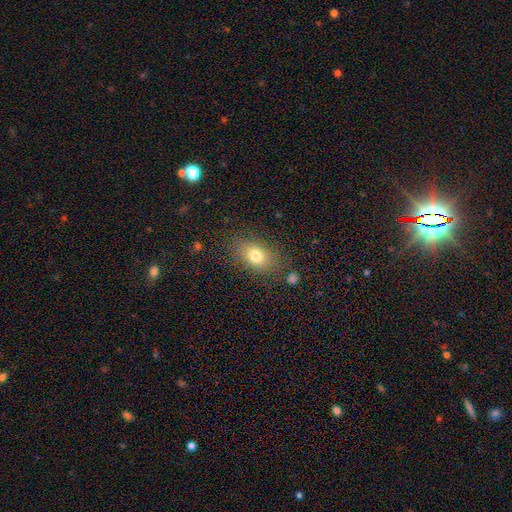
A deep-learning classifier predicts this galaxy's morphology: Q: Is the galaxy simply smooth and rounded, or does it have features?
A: smooth — 77%.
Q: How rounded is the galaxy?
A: in between — 77%.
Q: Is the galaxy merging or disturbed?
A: none — 79%.